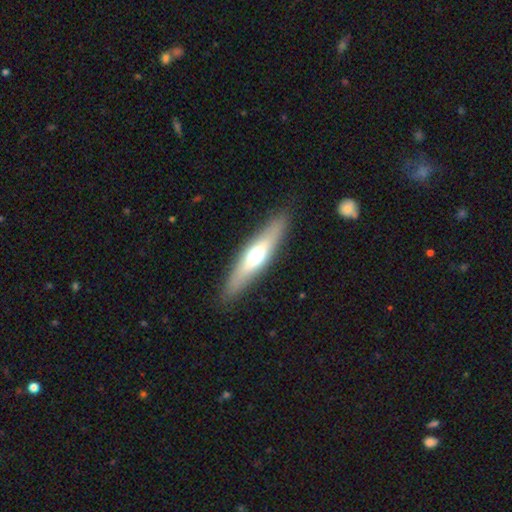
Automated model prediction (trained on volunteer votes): Smooth or featured? featured or disk (48%)
Merging? none (89%)